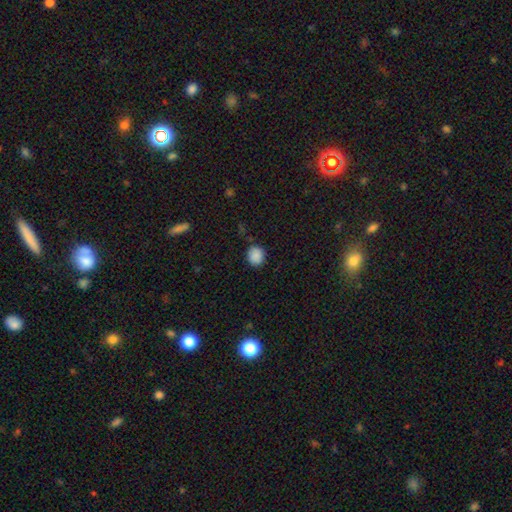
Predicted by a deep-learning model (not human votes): Morphology: type=smooth (87%); roundness=round (79%); merging=none (81%).